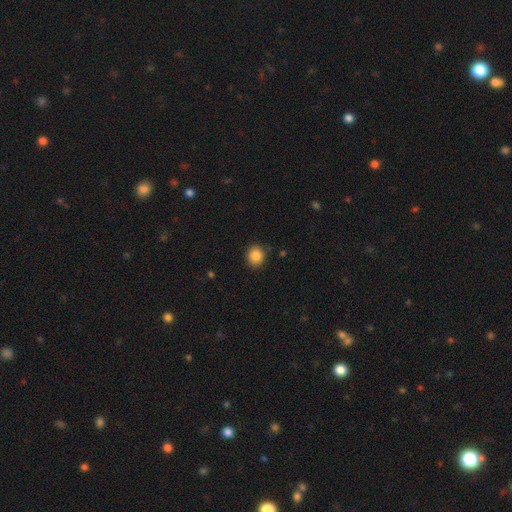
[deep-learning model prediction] smooth 86%, star or artifact 10%, featured or disk 4%. Down the decision tree: how rounded — round (83%); merging — none (89%).